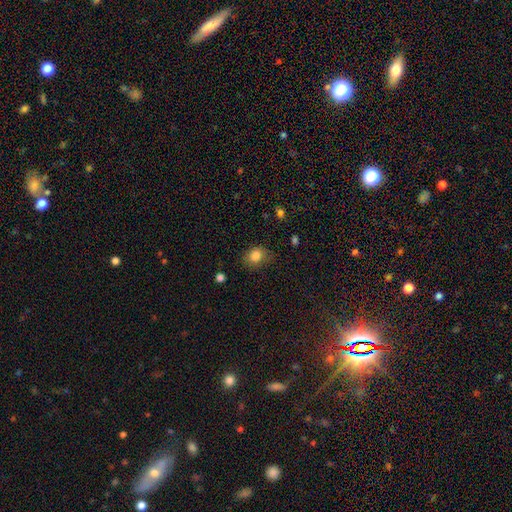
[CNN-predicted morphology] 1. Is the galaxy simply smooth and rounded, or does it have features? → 83% smooth, 10% star or artifact, 8% featured or disk.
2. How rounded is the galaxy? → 50% round, 49% in between, 1% cigar-shaped.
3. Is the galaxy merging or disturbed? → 71% none, 22% minor disturbance, 6% major disturbance, 1% merger.